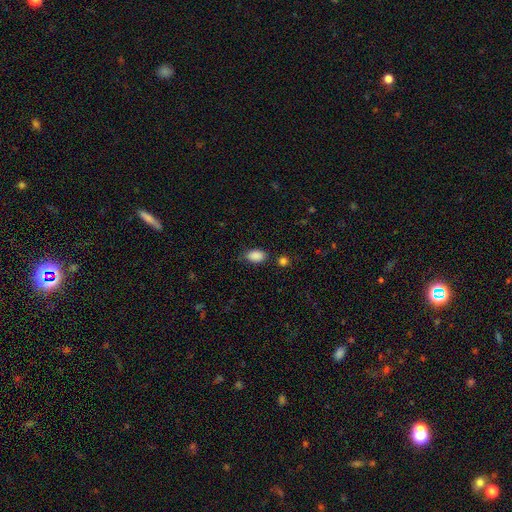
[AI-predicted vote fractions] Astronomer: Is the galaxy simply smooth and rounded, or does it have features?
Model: smooth — 88%.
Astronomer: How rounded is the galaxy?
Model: in between — 89%.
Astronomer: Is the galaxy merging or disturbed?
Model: none — 76%.